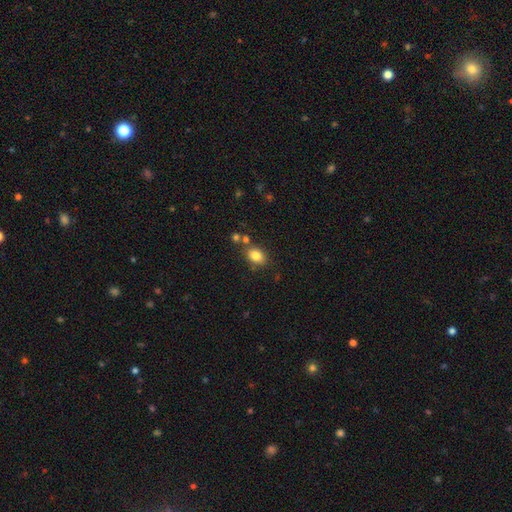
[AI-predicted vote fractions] smooth_or_featured: smooth (p=0.82) [alt: star or artifact p=0.10]
how_rounded: in between (p=0.75) [alt: round p=0.24]
merging: none (p=0.72) [alt: minor disturbance p=0.13]